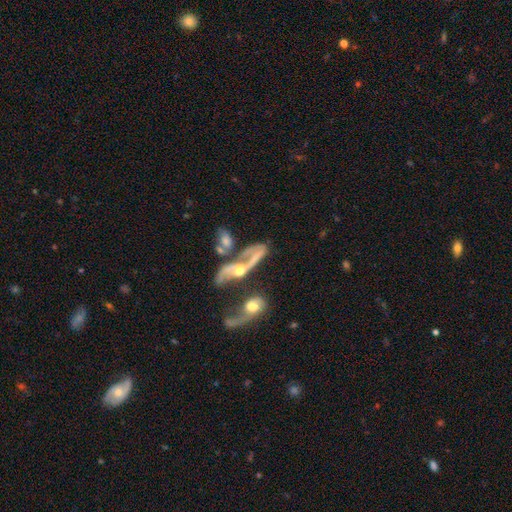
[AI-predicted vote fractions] Smooth or featured? featured or disk (61%)
Edge-on disk? no (83%)
Bar? no (68%)
Spiral arms? yes (60%)
Bulge size? moderate (50%)
Merging? merger (55%)